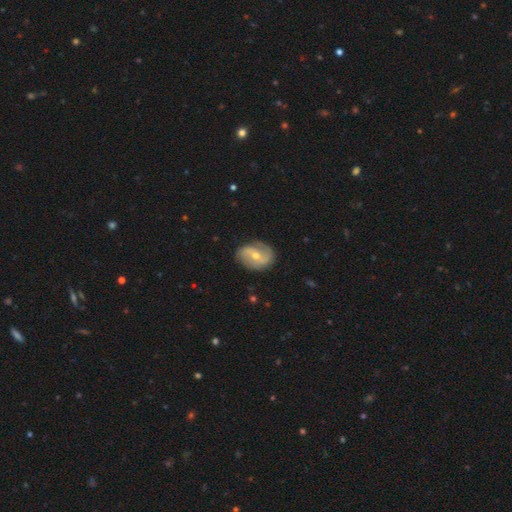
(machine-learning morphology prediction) Q: Smooth or featured?
A: featured or disk (75%); runner-up: smooth (19%)
Q: Edge-on disk?
A: no (97%); runner-up: yes (3%)
Q: Bar?
A: weak (42%); runner-up: no (38%)
Q: Spiral arms?
A: yes (89%); runner-up: no (11%)
Q: Spiral winding?
A: loose (43%); runner-up: medium (38%)
Q: Spiral arm count?
A: 2 (83%); runner-up: can't tell (8%)
Q: Bulge size?
A: small (50%); runner-up: moderate (47%)
Q: Merging?
A: none (77%); runner-up: minor disturbance (16%)